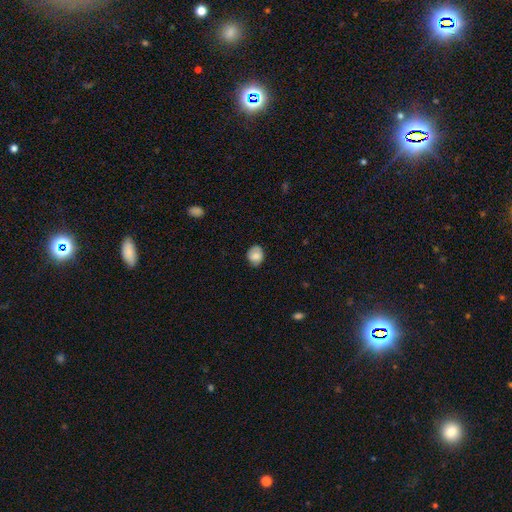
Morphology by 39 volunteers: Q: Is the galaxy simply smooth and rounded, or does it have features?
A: smooth — 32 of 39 (82%).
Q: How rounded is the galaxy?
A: round — 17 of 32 (53%).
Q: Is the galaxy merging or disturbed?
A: none — 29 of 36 (81%).